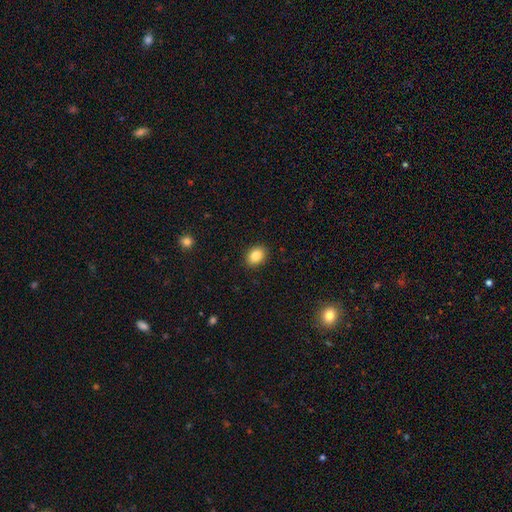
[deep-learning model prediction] The model was most divided on "how rounded": in between: 68%, round: 31%, cigar-shaped: 1%. More confident: merging — none (90%); smooth or featured — smooth (85%).